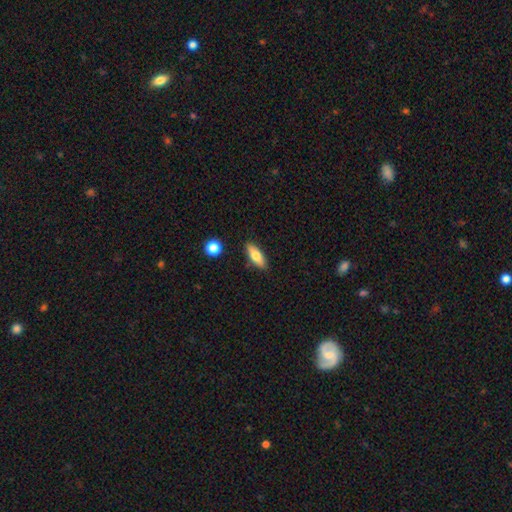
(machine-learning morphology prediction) A smooth galaxy with no disk features (70%) that is in between round and cigar-shaped (63%). Merging: none (85%).